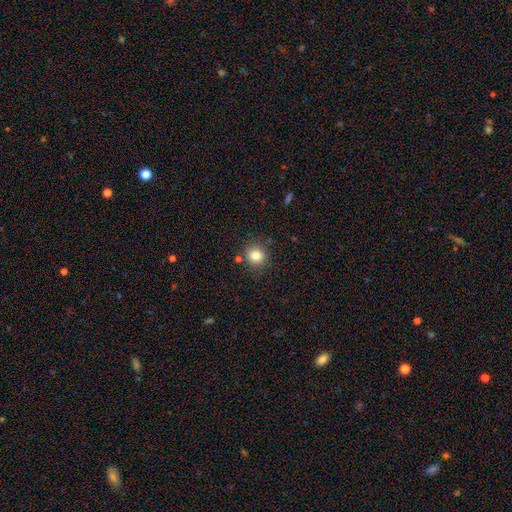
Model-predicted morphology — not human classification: smooth_or_featured: smooth (p=0.82) [alt: star or artifact p=0.12]
how_rounded: round (p=0.88) [alt: in between p=0.11]
merging: none (p=0.84) [alt: minor disturbance p=0.09]